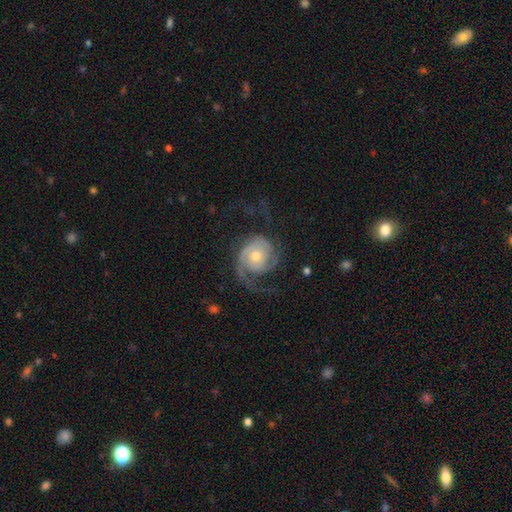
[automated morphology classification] Overall: featured or disk (83%). Edge-on disk: no (98%). Bar: no (77%). Spiral arms: yes (95%). Spiral arm count: 2 (50%; 1 23%). Spiral winding: medium (37%; tight 36%). Bulge size: moderate (53%; small 40%). Merging: none (52%; major disturbance 30%).